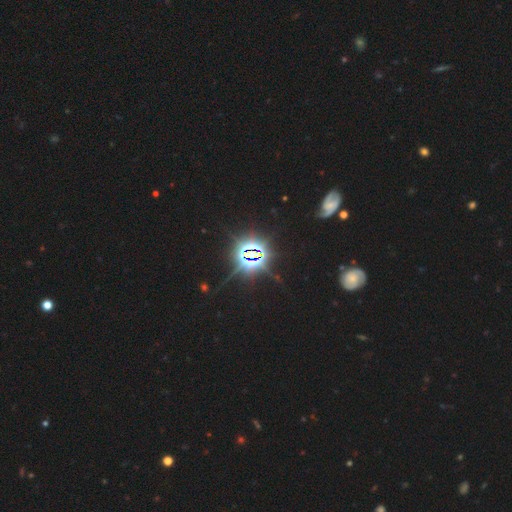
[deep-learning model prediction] A star or artifact, not a galaxy (86%).